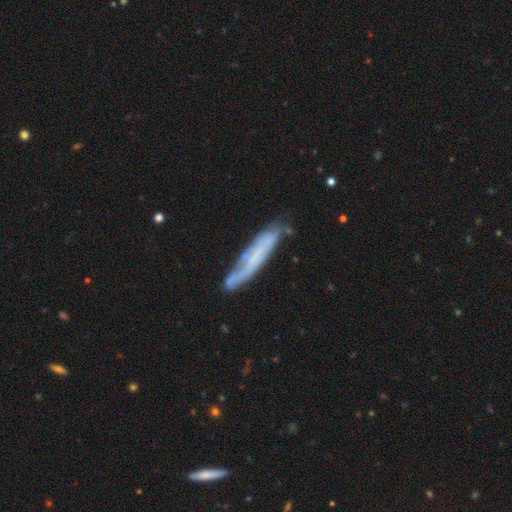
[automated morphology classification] A featured or disk galaxy (58%) viewed edge-on (50%, tied with no).

Vote fractions:
- Smooth or featured? featured or disk: 58% / smooth: 34% / star or artifact: 8%
- Edge-on disk? yes: 50% (tied) / no: 50% (tied)
- Merging? none: 65% / minor disturbance: 23% / major disturbance: 8% / merger: 4%